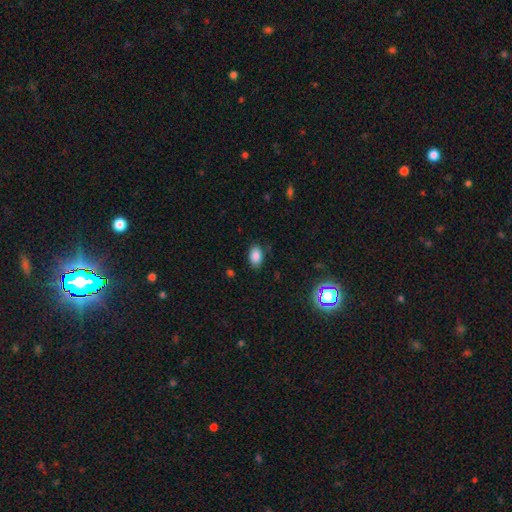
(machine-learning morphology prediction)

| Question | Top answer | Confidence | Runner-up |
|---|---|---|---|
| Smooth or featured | smooth | 85% | star or artifact (10%) |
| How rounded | in between | 88% | round (10%) |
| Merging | none | 82% | minor disturbance (13%) |